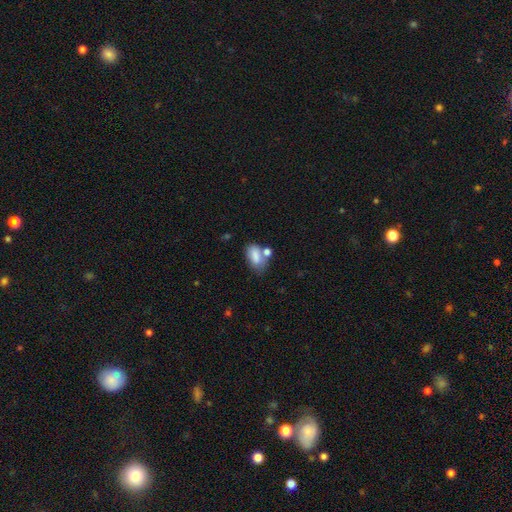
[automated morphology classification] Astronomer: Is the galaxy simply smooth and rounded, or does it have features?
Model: smooth — 79%.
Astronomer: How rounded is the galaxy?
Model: in between — 89%.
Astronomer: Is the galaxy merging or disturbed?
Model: none — 44% (runner-up: merger, 29%).